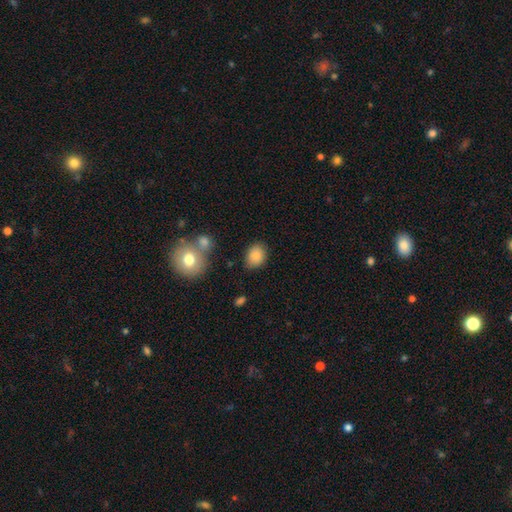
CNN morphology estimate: Overall: smooth (86%). How rounded: in between (58%; round 41%). Merging: none (77%).